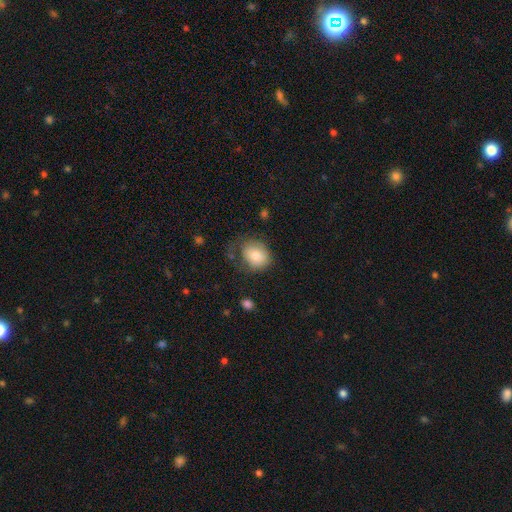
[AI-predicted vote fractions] Morphology: type=smooth (80%); roundness=in between (51%); merging=none (51%).